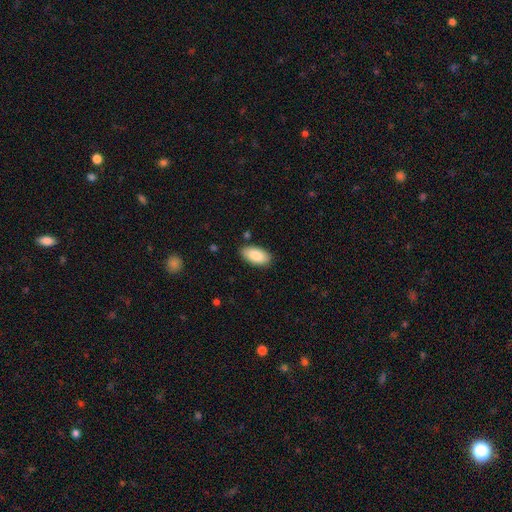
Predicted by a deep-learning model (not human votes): smooth_or_featured: smooth (p=0.86) [alt: featured or disk p=0.07]
how_rounded: in between (p=0.94) [alt: cigar-shaped p=0.04]
merging: none (p=0.86) [alt: minor disturbance p=0.11]